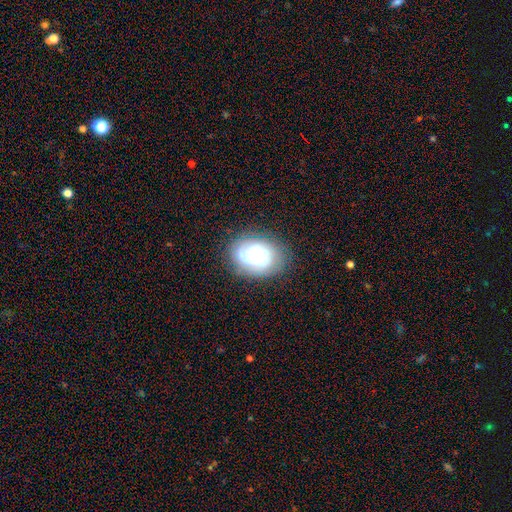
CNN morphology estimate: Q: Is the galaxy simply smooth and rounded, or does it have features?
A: featured or disk — 52%.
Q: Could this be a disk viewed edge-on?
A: no — 97%.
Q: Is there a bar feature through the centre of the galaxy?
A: no — 82%.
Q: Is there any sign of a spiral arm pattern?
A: yes — 74%.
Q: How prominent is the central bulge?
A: small — 47%.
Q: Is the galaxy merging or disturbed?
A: none — 75%.